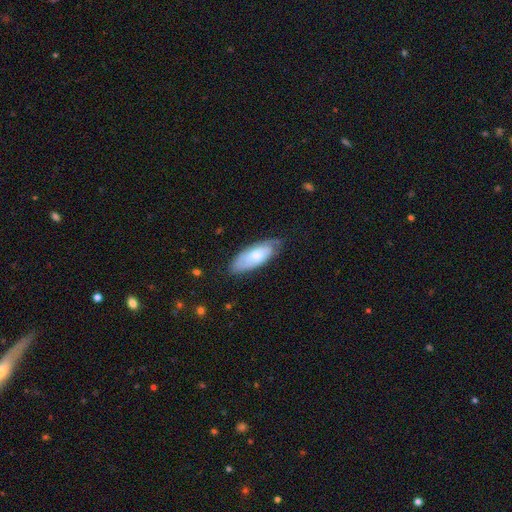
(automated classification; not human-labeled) Smooth or featured: smooth — 51% (featured or disk — 43%)
How rounded: in between — 77% (cigar-shaped — 21%)
Merging: none — 68% (minor disturbance — 25%)